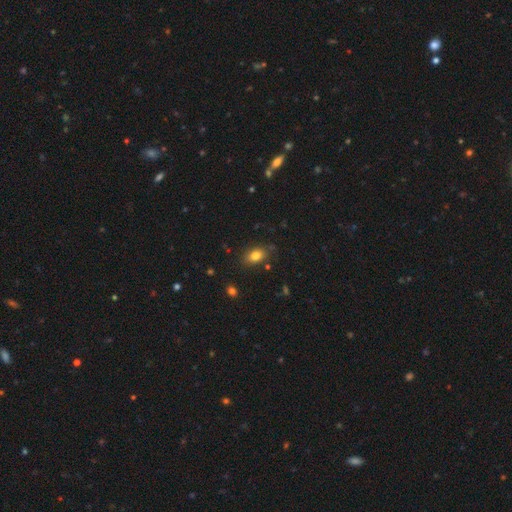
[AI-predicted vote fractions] A smooth galaxy with no disk features (81%) that is in between round and cigar-shaped (80%). Merging: none (81%).